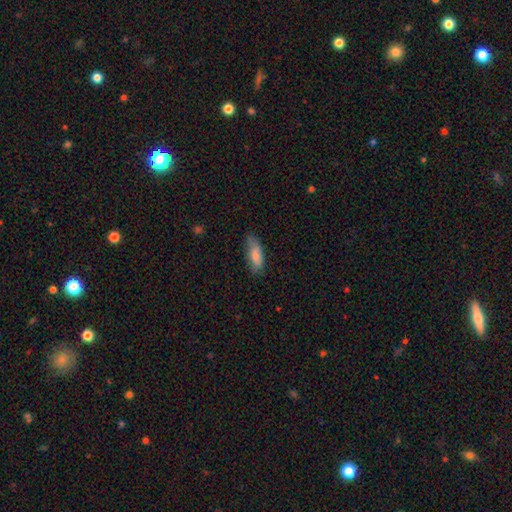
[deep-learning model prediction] Q: Smooth or featured?
A: smooth (82%); runner-up: featured or disk (12%)
Q: How rounded?
A: in between (64%); runner-up: cigar-shaped (35%)
Q: Merging?
A: none (68%); runner-up: minor disturbance (25%)